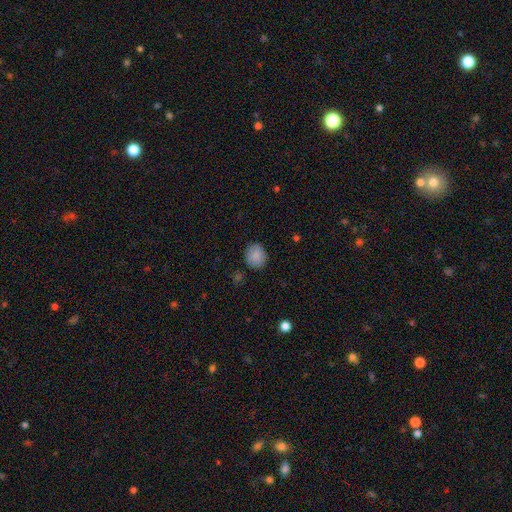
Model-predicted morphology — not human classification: This is clearly a smooth galaxy (88%). How rounded: likely round (75%). Merging: clearly none (87%).